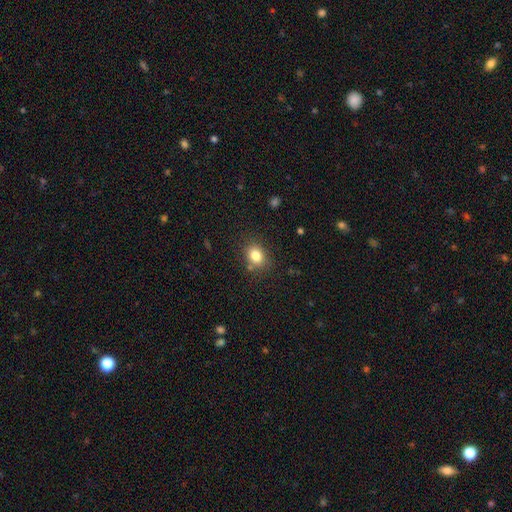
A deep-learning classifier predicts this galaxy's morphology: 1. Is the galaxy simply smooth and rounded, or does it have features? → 82% smooth, 11% star or artifact, 7% featured or disk.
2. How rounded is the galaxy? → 54% in between, 45% round, 1% cigar-shaped.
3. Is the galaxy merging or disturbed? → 79% none, 13% minor disturbance, 5% merger, 4% major disturbance.